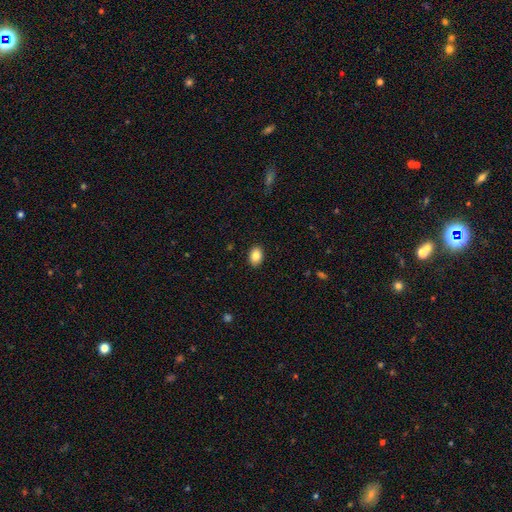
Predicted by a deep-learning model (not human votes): smooth-or-featured: smooth: 86% | star or artifact: 8% | featured or disk: 6%
  how-rounded: in between: 78% | round: 21% | cigar-shaped: 1%
  merging: none: 90% | minor disturbance: 7% | major disturbance: 2% | merger: 1%